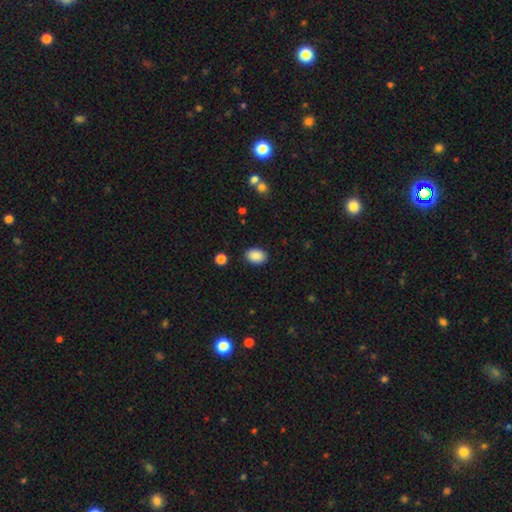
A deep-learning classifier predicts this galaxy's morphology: type=smooth (89%); roundness=in between (76%); merging=none (88%).